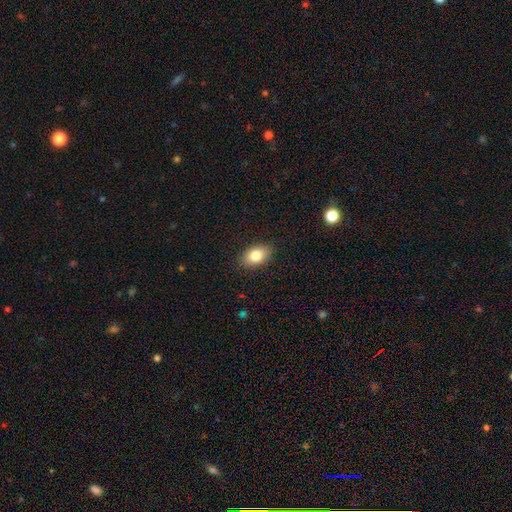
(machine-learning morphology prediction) Smooth or featured? smooth (83%)
How rounded? in between (87%)
Merging? none (87%)